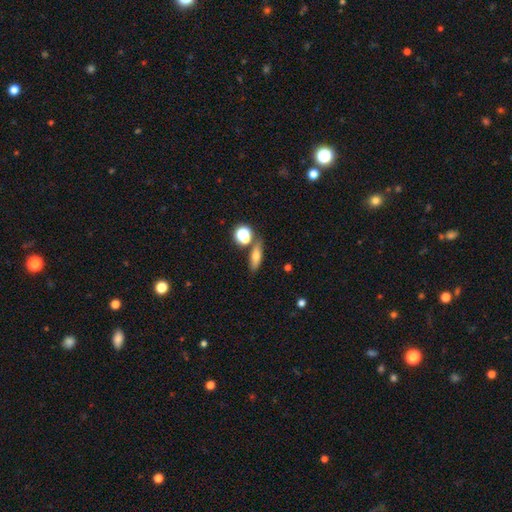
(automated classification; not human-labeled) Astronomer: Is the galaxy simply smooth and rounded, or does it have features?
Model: smooth — 61%.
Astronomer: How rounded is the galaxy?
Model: in between — 47% (runner-up: cigar-shaped, 41%).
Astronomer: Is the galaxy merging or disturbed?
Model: none — 71%.